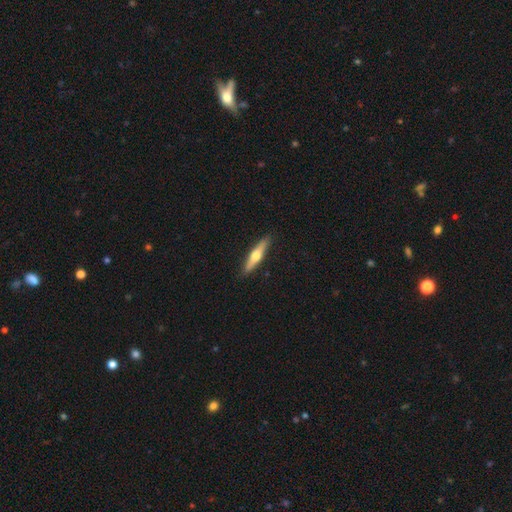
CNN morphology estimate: smooth_or_featured: featured or disk (p=0.52) [alt: smooth p=0.44]
disk_edge_on: yes (p=0.94) [alt: no p=0.06]
merging: none (p=0.90) [alt: minor disturbance p=0.07]